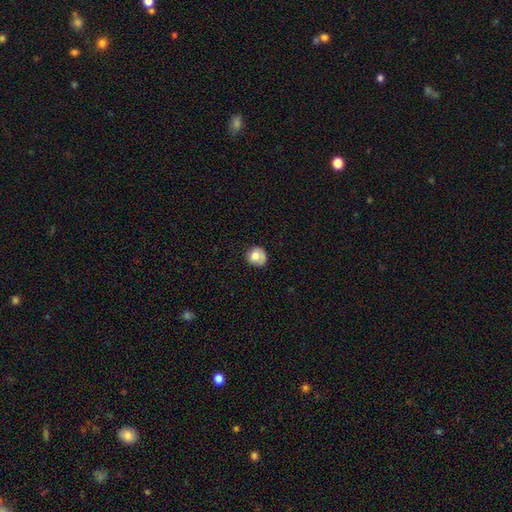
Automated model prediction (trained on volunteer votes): smooth-or-featured: smooth: 77% | featured or disk: 14% | star or artifact: 9%
  how-rounded: round: 83% | in between: 16% | cigar-shaped: 1%
  merging: none: 64% | minor disturbance: 26% | major disturbance: 8% | merger: 2%